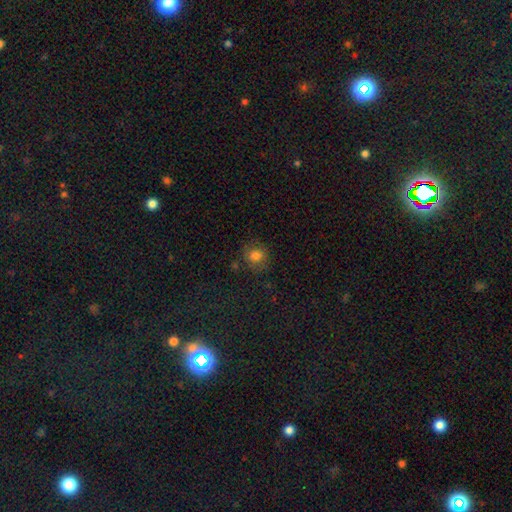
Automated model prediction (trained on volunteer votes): Morphology: type=smooth (77%); roundness=round (79%); merging=none (78%).